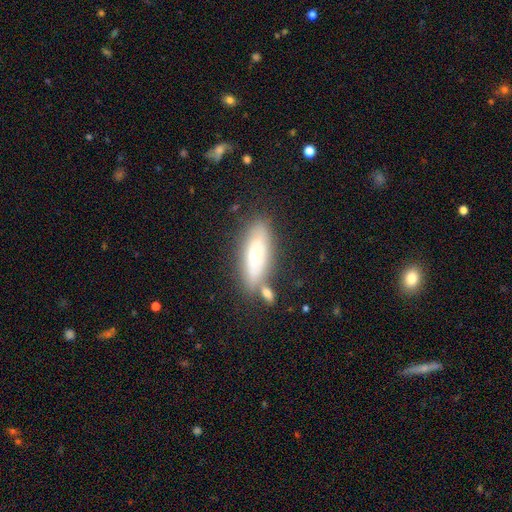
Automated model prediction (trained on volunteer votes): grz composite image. It shows a smooth galaxy with no disk features (56%) that is in between round and cigar-shaped (62%). Merging: none (68%).